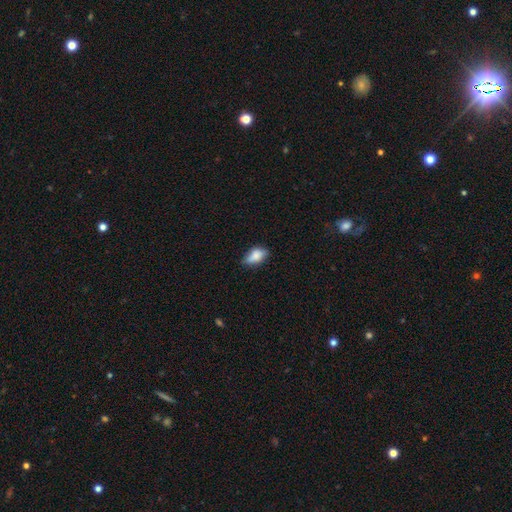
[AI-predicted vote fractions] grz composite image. It shows a smooth galaxy with no disk features (81%) that is in between round and cigar-shaped (89%). Merging: none (65%).